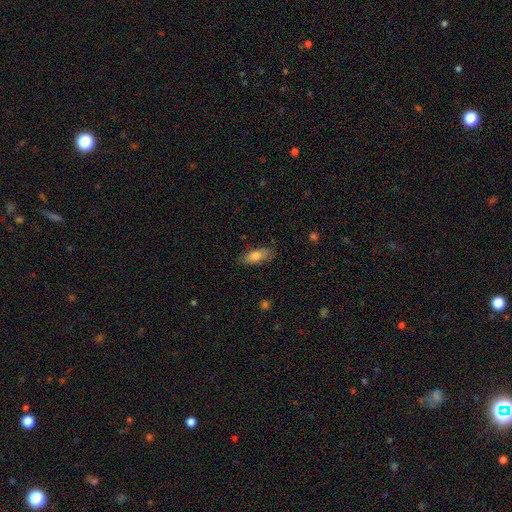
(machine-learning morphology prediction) A smooth galaxy with no disk features (76%) that is in between round and cigar-shaped (69%).

Vote fractions:
- Smooth or featured? smooth: 76% / featured or disk: 17% / star or artifact: 7%
- How rounded? in between: 69% / cigar-shaped: 28% / round: 3%
- Merging? none: 81% / minor disturbance: 15% / major disturbance: 3% / merger: 1%